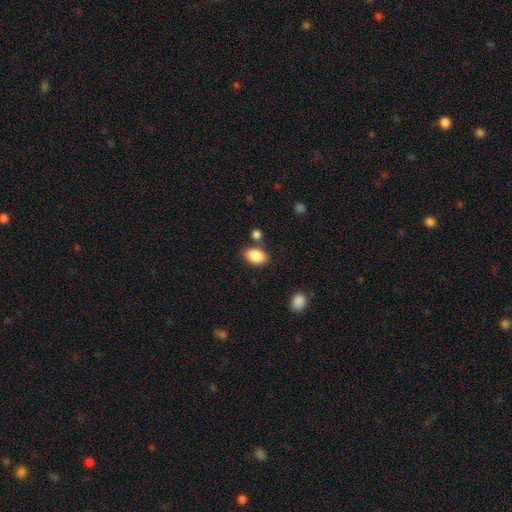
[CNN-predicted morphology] Smooth or featured: smooth — 88% (star or artifact — 7%)
How rounded: in between — 86% (round — 12%)
Merging: none — 78% (minor disturbance — 12%)